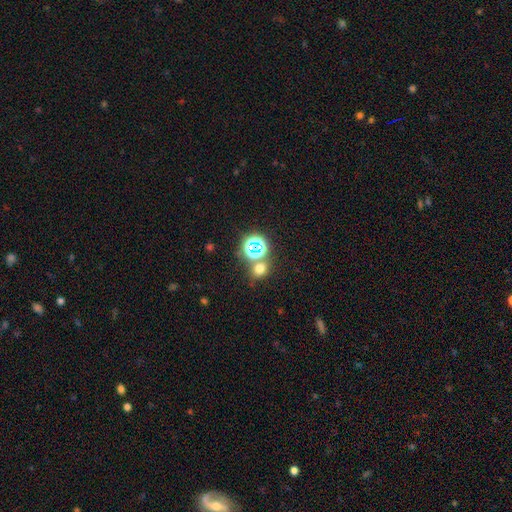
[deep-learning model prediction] star or artifact 61%, smooth 31%, featured or disk 8%.